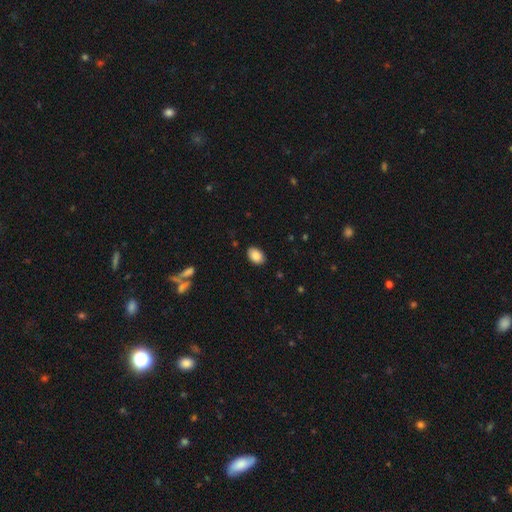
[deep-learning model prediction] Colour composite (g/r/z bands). It shows a smooth galaxy with no disk features (88%) that is in between round and cigar-shaped (85%). Merging: none (87%).